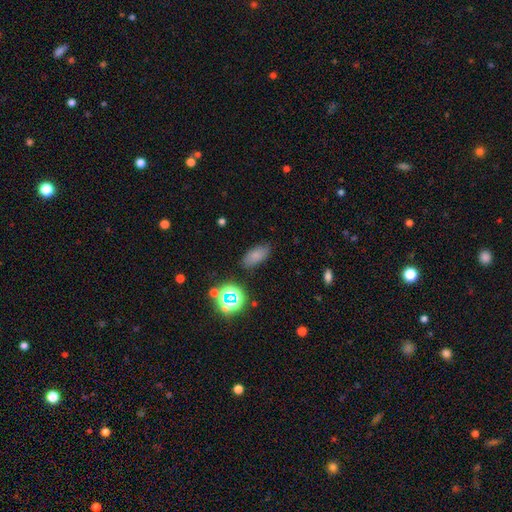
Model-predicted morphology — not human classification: type=smooth (76%); roundness=in between (86%); merging=none (82%).